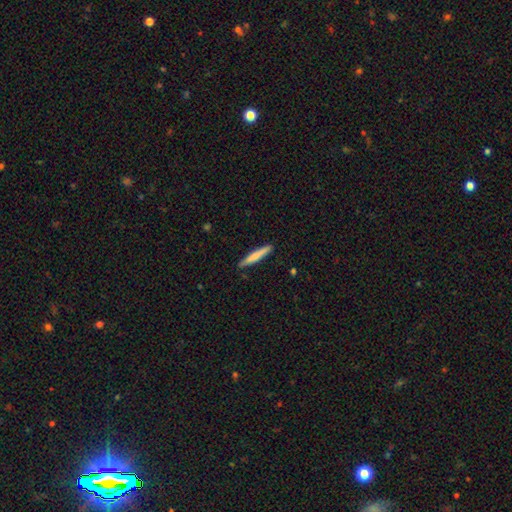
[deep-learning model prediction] smooth_or_featured: smooth (p=0.70) [alt: featured or disk p=0.25]
how_rounded: cigar-shaped (p=0.95) [alt: in between p=0.04]
merging: none (p=0.90) [alt: minor disturbance p=0.08]